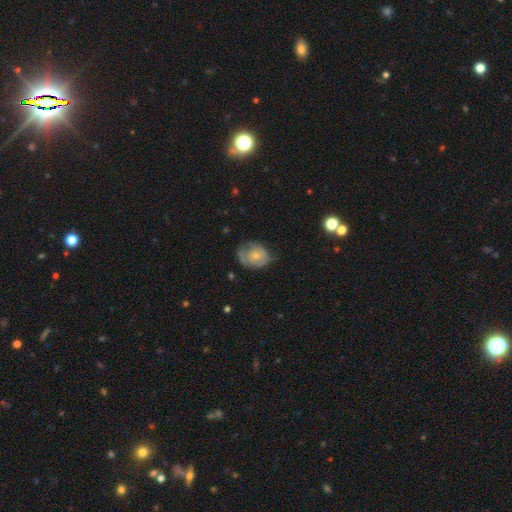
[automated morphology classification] Overall: smooth (49%; featured or disk 44%). Merging: none (49%; minor disturbance 34%).